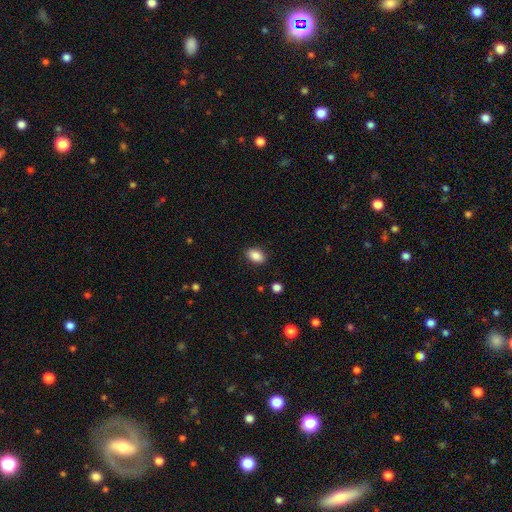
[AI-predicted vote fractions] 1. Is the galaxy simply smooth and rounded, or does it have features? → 87% smooth, 8% star or artifact, 5% featured or disk.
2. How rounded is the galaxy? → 84% in between, 14% round, 1% cigar-shaped.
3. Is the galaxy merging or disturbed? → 88% none, 9% minor disturbance, 2% major disturbance, 1% merger.